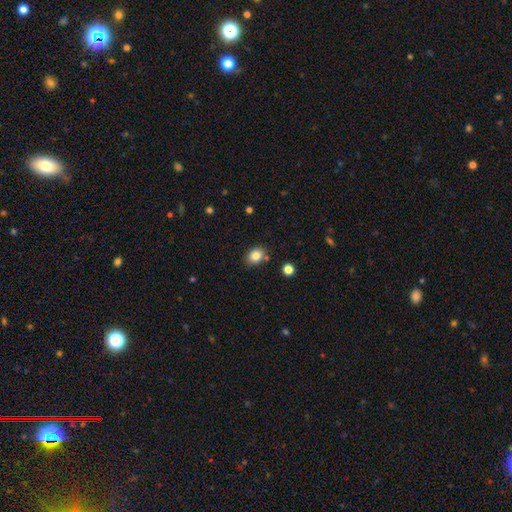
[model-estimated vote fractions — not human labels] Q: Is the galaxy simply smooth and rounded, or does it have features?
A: smooth — 84%.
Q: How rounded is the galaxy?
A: in between — 63%.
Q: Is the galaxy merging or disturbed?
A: none — 80%.